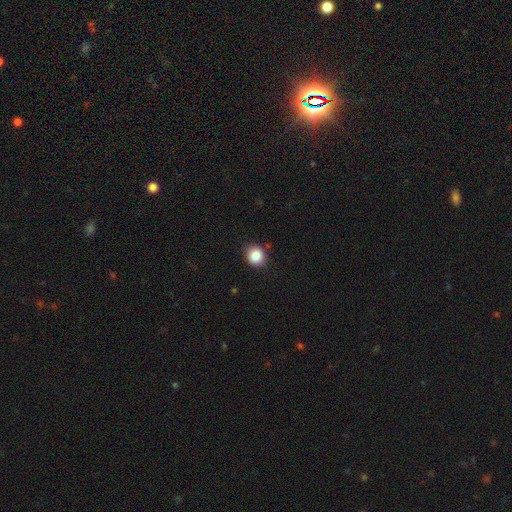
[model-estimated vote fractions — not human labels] The model was most divided on "how rounded": round: 79%, in between: 20%, cigar-shaped: 1%. More confident: smooth or featured — smooth (87%); merging — none (83%).